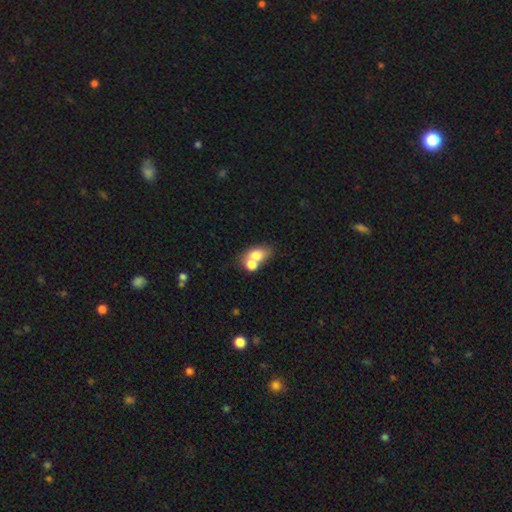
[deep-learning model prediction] Morphology: type=smooth (71%); roundness=in between (73%); merging=merger (55%).